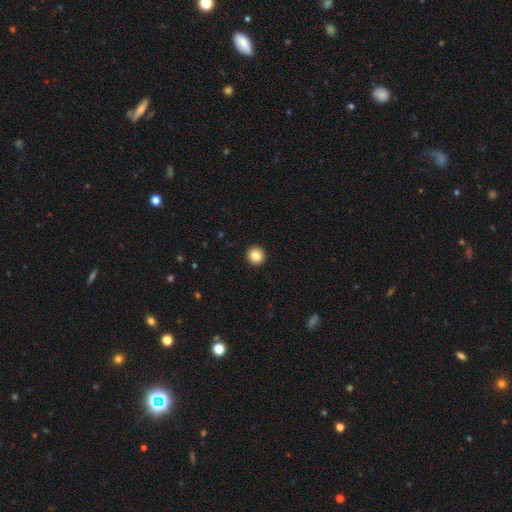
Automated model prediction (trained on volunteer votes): This appears to be a smooth galaxy with no disk features (85%) that is round (96%). Merging: none (94%).